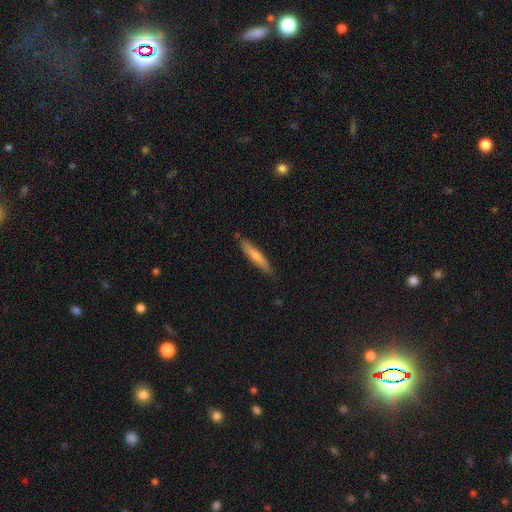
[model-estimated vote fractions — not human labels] Morphology: type=smooth (64%); roundness=cigar-shaped (91%); merging=none (83%).